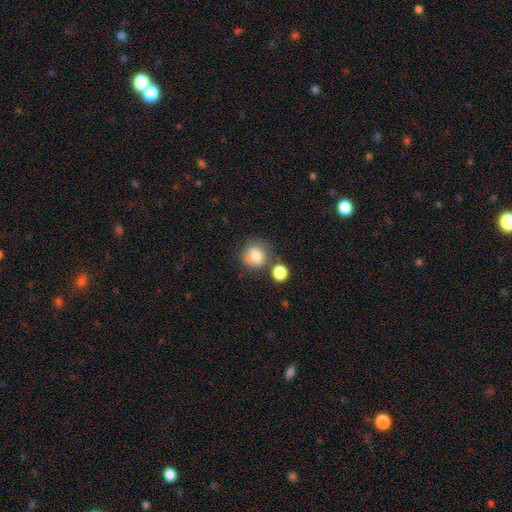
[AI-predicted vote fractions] Smooth or featured? Predicted: smooth (p=0.80). How rounded? Predicted: round (p=0.76). Merging? Predicted: none (p=0.60).